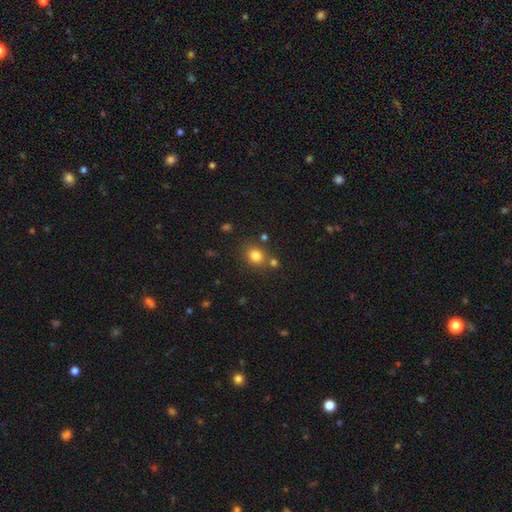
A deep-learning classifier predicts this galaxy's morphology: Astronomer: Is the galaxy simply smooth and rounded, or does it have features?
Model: smooth — 81%.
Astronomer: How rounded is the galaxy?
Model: round — 73%.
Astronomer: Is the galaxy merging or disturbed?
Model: none — 73%.